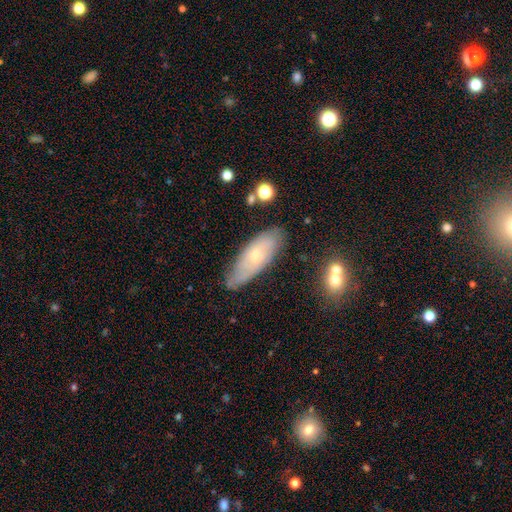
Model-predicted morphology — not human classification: smooth_or_featured: smooth (p=0.49) [alt: featured or disk p=0.44]
merging: none (p=0.70) [alt: minor disturbance p=0.22]